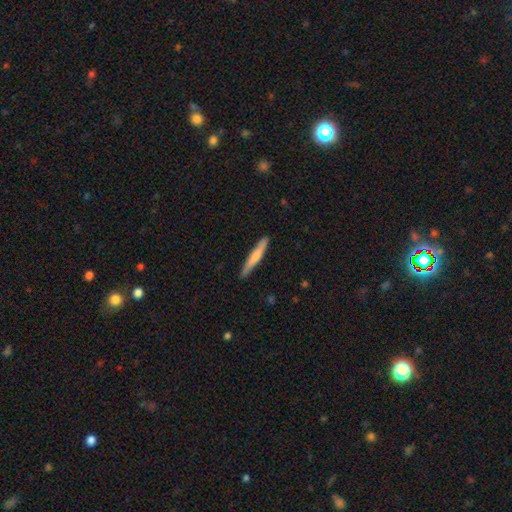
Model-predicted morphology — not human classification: smooth-or-featured: smooth: 65% | featured or disk: 30% | star or artifact: 5%
  how-rounded: cigar-shaped: 94% | in between: 4% | round: 1%
  merging: none: 88% | minor disturbance: 9% | major disturbance: 2% | merger: 1%